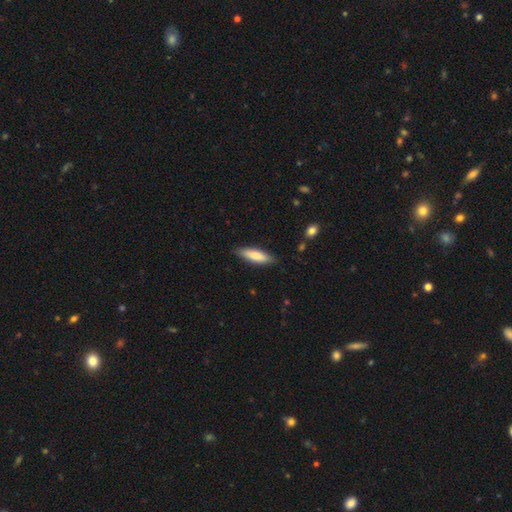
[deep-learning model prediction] Smooth or featured?
  - smooth: 78% *
  - featured or disk: 16%
  - star or artifact: 5%
How rounded?
  - cigar-shaped: 59% *
  - in between: 40%
  - round: 1%
Merging?
  - none: 85% *
  - minor disturbance: 12%
  - major disturbance: 2%
  - merger: 1%